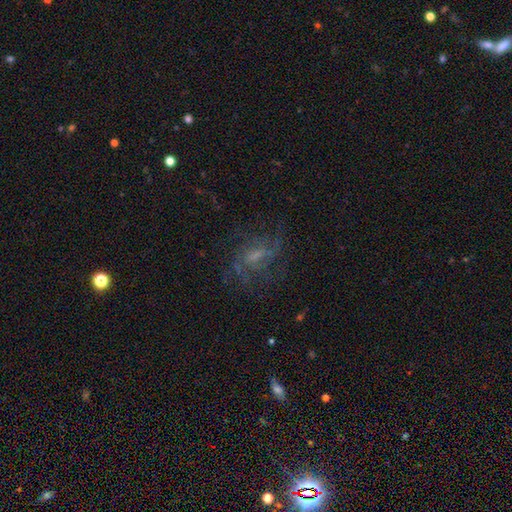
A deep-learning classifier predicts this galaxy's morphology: type=featured or disk (63%); edge-on=no (94%); bar=weak (51%); spiral arms=yes (79%); bulge=small (38%); merging=none (61%).